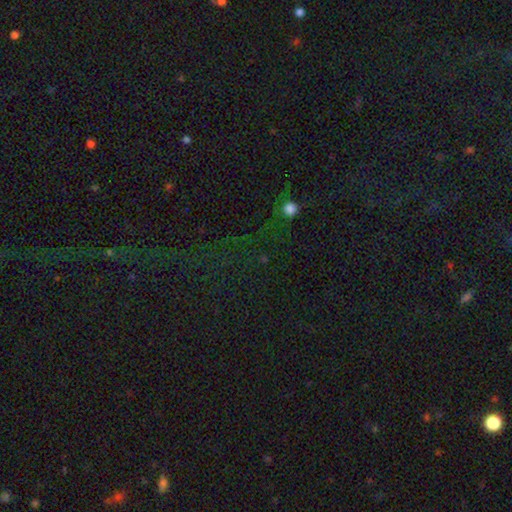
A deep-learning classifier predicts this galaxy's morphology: Q: Smooth or featured?
A: star or artifact (74%); runner-up: smooth (15%)